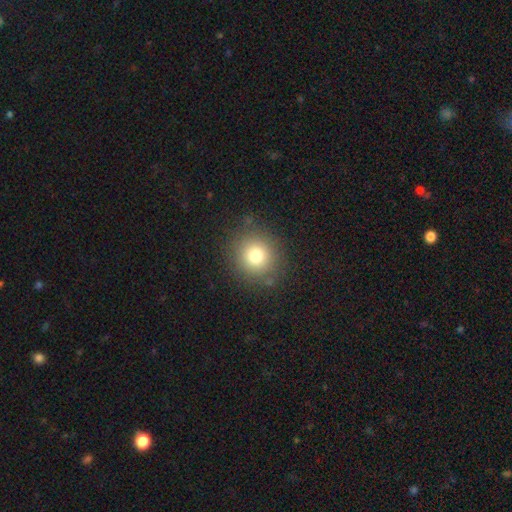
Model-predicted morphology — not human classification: Q: Smooth or featured?
A: smooth (77%); runner-up: star or artifact (13%)
Q: How rounded?
A: round (90%); runner-up: in between (9%)
Q: Merging?
A: none (85%); runner-up: minor disturbance (9%)